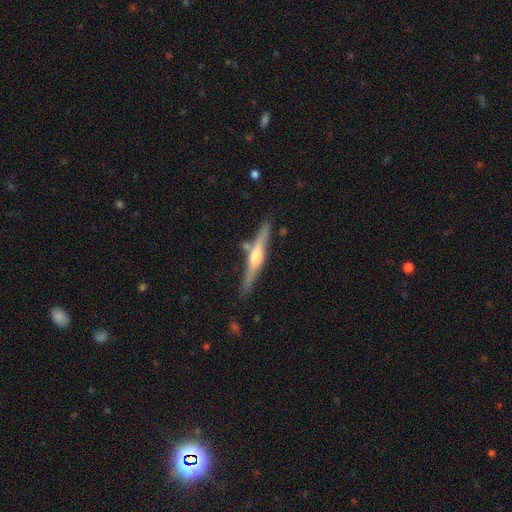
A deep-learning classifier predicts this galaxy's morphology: Smooth or featured?
  - featured or disk: 74% *
  - smooth: 20%
  - star or artifact: 5%
Edge-on disk?
  - yes: 98% *
  - no: 2%
Edge-on bulge?
  - rounded: 84% *
  - boxy: 10%
  - none: 6%
Merging?
  - none: 82% *
  - minor disturbance: 11%
  - merger: 5%
  - major disturbance: 2%